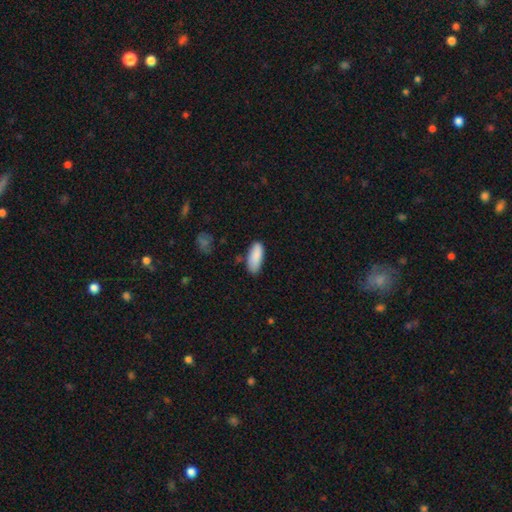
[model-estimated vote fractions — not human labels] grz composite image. It shows a smooth galaxy with no disk features (89%) that is in between round and cigar-shaped (77%). Merging: none (75%).